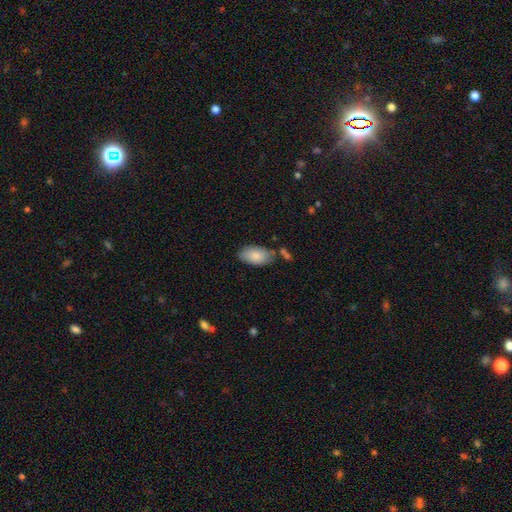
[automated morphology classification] This is clearly a smooth galaxy (84%). How rounded: clearly in between (95%). Merging: likely none (71%).